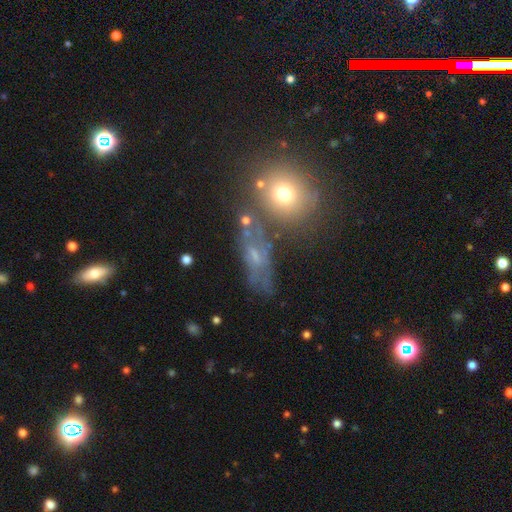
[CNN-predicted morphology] This is possibly a featured or disk galaxy (47%). Merging: possibly none (55%).